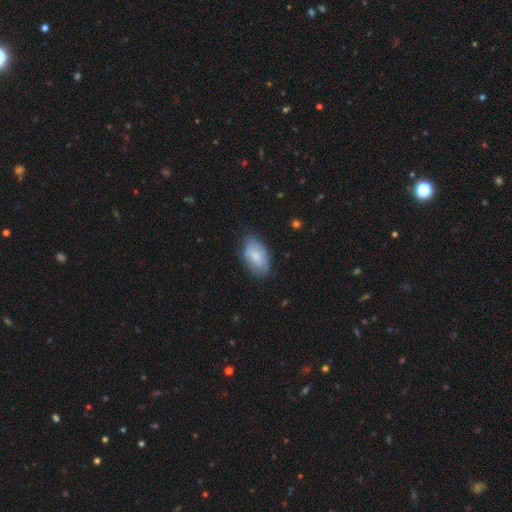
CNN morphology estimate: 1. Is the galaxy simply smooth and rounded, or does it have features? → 69% smooth, 25% featured or disk, 6% star or artifact.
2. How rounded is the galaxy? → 93% in between, 5% round, 2% cigar-shaped.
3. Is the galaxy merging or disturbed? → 68% none, 25% minor disturbance, 5% major disturbance, 1% merger.